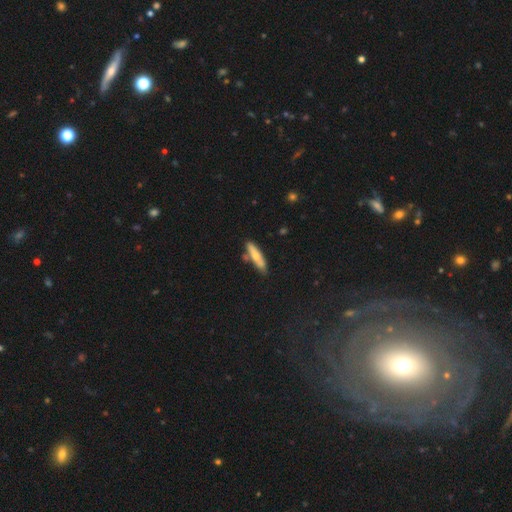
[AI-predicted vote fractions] Smooth or featured: smooth — 60% (featured or disk — 34%)
How rounded: cigar-shaped — 77% (in between — 21%)
Merging: none — 70% (minor disturbance — 17%)